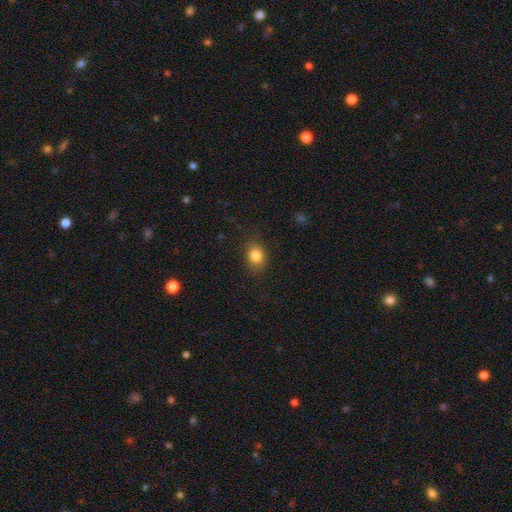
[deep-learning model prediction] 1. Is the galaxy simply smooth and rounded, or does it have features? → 83% smooth, 10% star or artifact, 7% featured or disk.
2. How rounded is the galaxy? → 54% in between, 45% round, 1% cigar-shaped.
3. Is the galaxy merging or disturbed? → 80% none, 15% minor disturbance, 4% major disturbance, 1% merger.